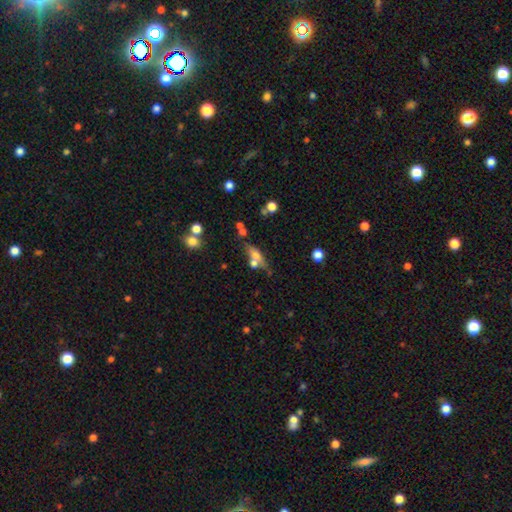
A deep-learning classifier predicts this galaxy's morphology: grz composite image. It shows a smooth galaxy with no disk features (57%) that is in between round and cigar-shaped (57%). Merging: none (45%).